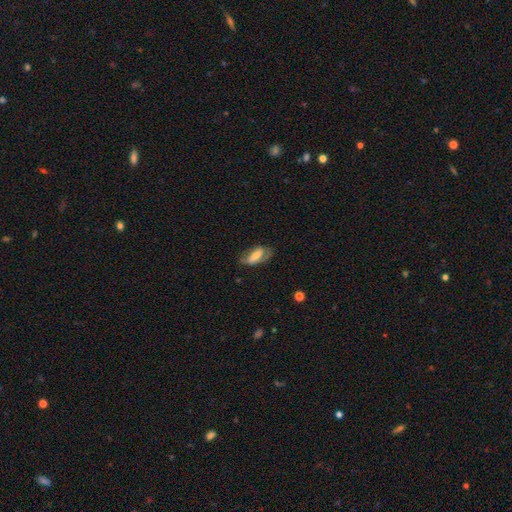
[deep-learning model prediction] The model was most divided on "smooth or featured": smooth: 52%, featured or disk: 40%, star or artifact: 8%. More confident: how rounded — in between (76%); merging — none (51%).